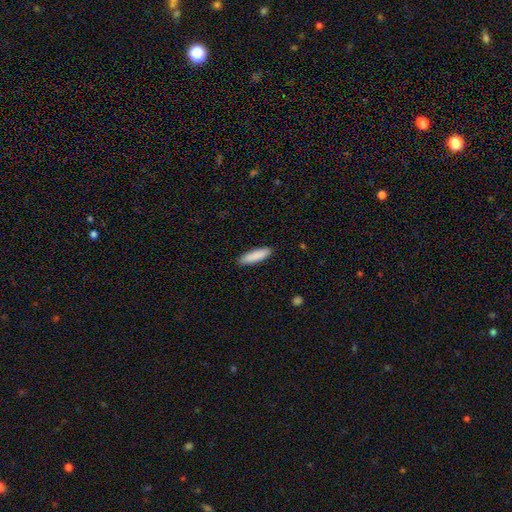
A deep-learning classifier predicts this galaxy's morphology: smooth-or-featured: smooth: 88% | featured or disk: 6% | star or artifact: 5%
  how-rounded: cigar-shaped: 69% | in between: 29% | round: 1%
  merging: none: 90% | minor disturbance: 7% | major disturbance: 2% | merger: 1%